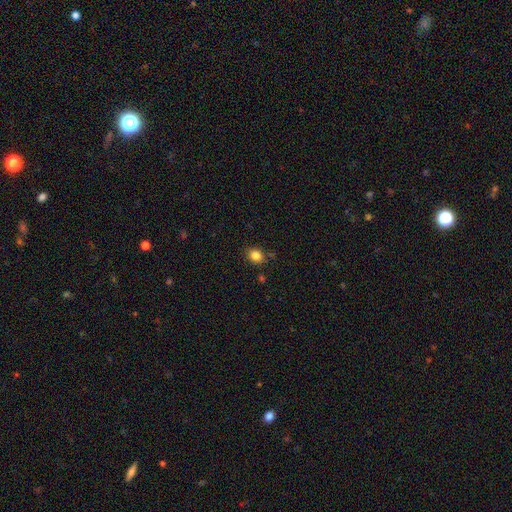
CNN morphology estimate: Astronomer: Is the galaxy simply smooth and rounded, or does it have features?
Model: smooth — 84%.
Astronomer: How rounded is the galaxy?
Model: round — 61% (runner-up: in between, 38%).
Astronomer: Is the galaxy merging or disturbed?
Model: none — 83%.